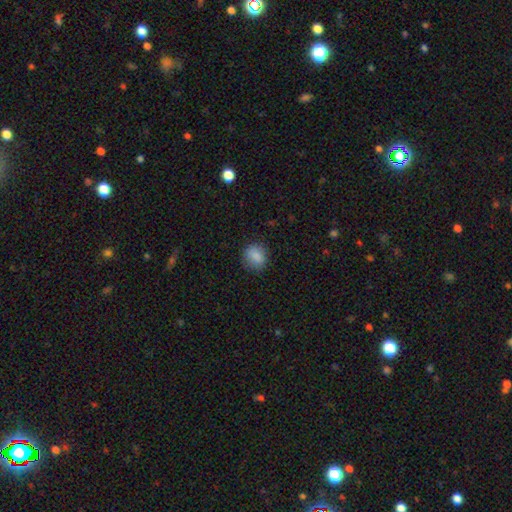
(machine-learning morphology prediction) smooth-or-featured: smooth: 86% | star or artifact: 9% | featured or disk: 5%
  how-rounded: round: 59% | in between: 40% | cigar-shaped: 1%
  merging: none: 80% | minor disturbance: 15% | major disturbance: 4% | merger: 1%